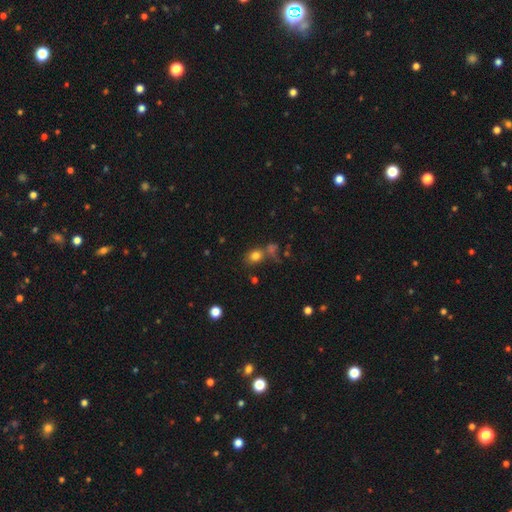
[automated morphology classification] This is likely a smooth galaxy (79%). How rounded: possibly round (49%, tied with in between). Merging: possibly none (58%).